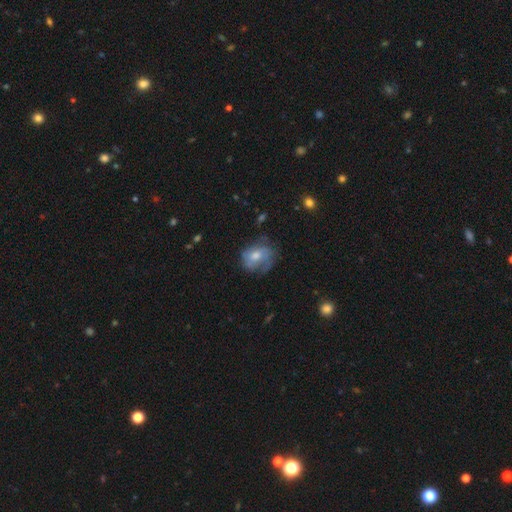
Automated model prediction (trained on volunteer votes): A featured or disk galaxy (51%). Merging: none (58%).